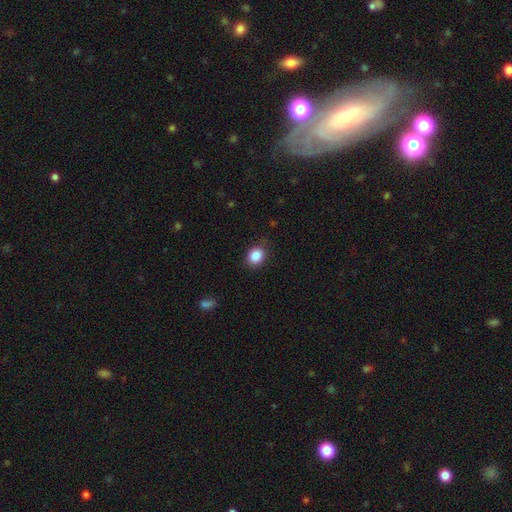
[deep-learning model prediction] Smooth or featured? smooth (87%)
How rounded? round (63%)
Merging? none (84%)